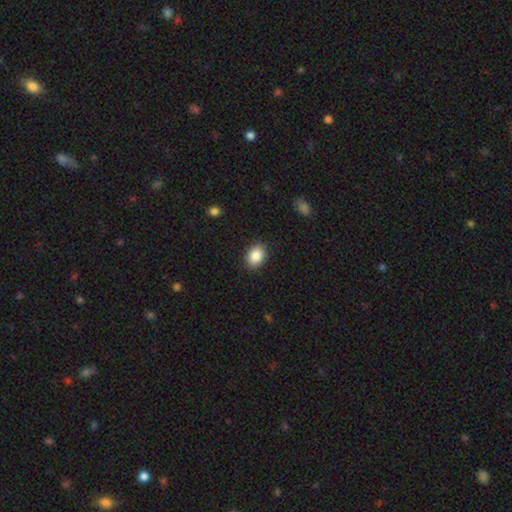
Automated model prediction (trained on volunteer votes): smooth_or_featured: smooth (p=0.87) [alt: star or artifact p=0.08]
how_rounded: in between (p=0.69) [alt: round p=0.30]
merging: none (p=0.88) [alt: minor disturbance p=0.09]